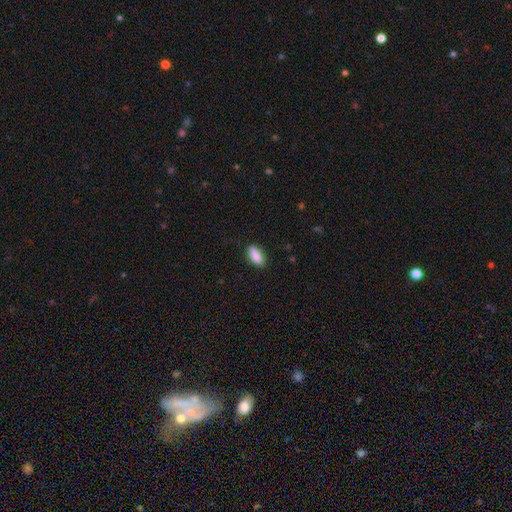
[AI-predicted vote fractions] This appears to be a smooth galaxy with no disk features (88%) that is in between round and cigar-shaped (79%). Merging: none (85%).